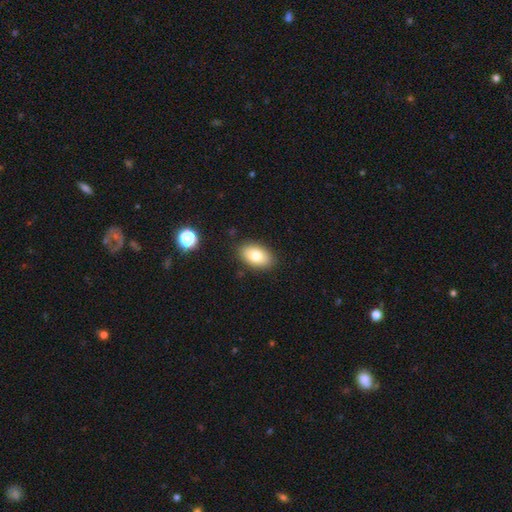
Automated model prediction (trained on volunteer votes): Q: Smooth or featured?
A: smooth (79%); runner-up: featured or disk (13%)
Q: How rounded?
A: in between (91%); runner-up: round (7%)
Q: Merging?
A: none (86%); runner-up: minor disturbance (10%)